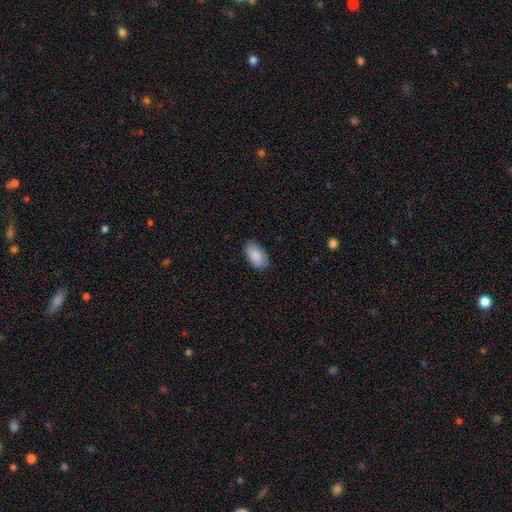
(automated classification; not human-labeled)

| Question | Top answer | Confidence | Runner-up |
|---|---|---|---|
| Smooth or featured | smooth | 89% | star or artifact (6%) |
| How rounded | in between | 95% | round (4%) |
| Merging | none | 84% | minor disturbance (13%) |